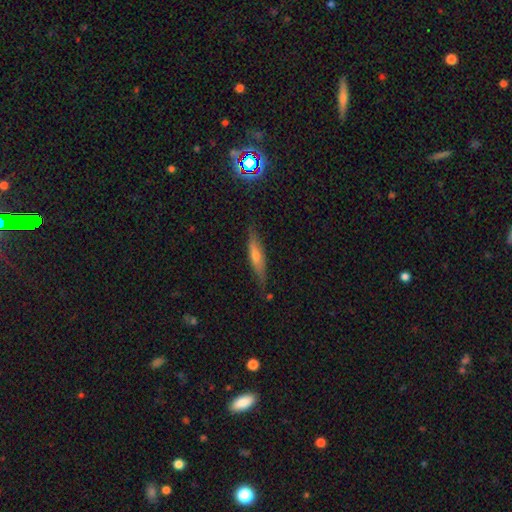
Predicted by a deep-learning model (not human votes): The model was most divided on "smooth or featured": featured or disk: 50%, smooth: 40%, star or artifact: 10%. More confident: edge-on disk — yes (90%); merging — none (81%).